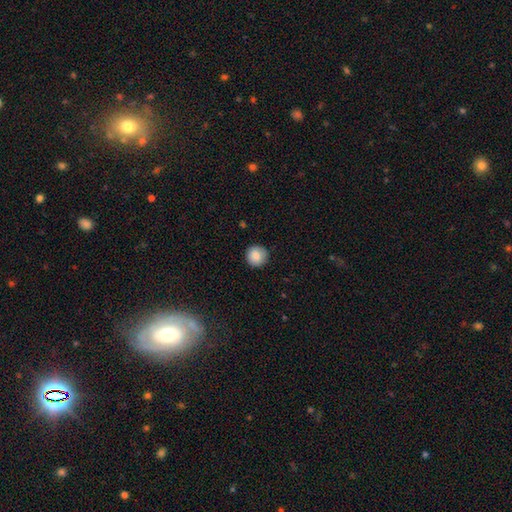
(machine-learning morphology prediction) A smooth galaxy with no disk features (86%) that is round (95%). Merging: none (90%).